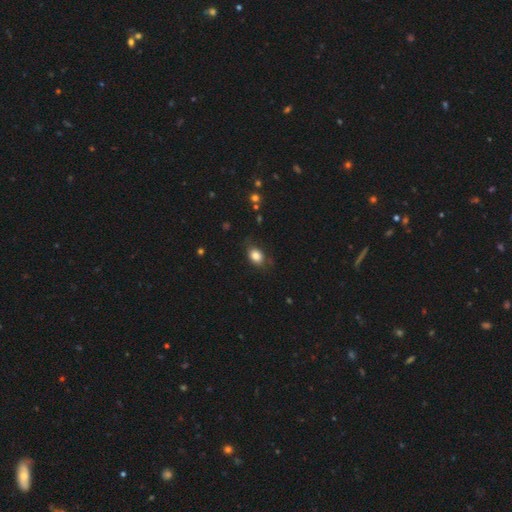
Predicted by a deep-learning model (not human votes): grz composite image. It shows a smooth galaxy with no disk features (83%) that is in between round and cigar-shaped (72%). Merging: none (74%).